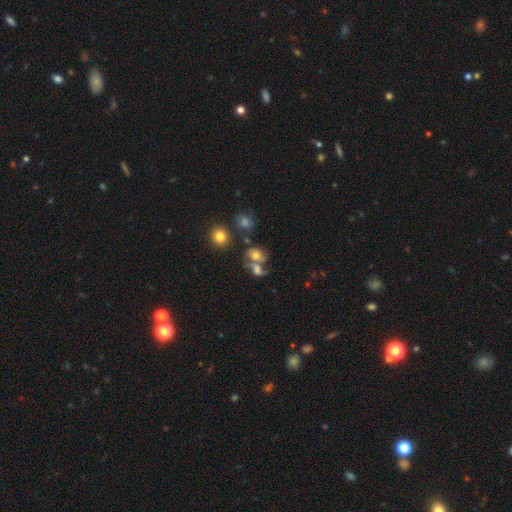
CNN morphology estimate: Smooth or featured: smooth — 55% (featured or disk — 28%)
How rounded: in between — 60% (round — 38%)
Merging: merger — 46% (none — 30%)